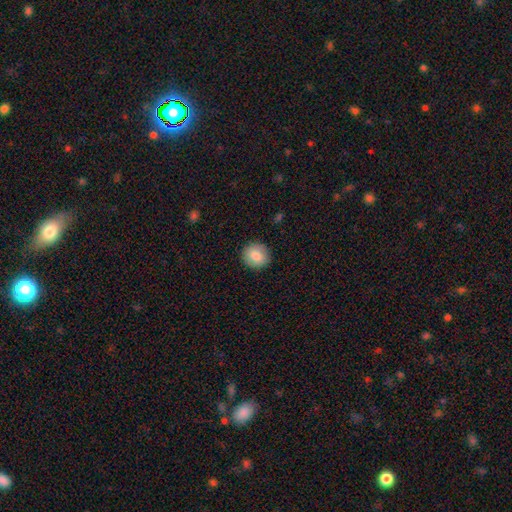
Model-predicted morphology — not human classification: Q: Smooth or featured?
A: smooth (83%); runner-up: featured or disk (9%)
Q: How rounded?
A: round (90%); runner-up: in between (9%)
Q: Merging?
A: none (90%); runner-up: minor disturbance (7%)